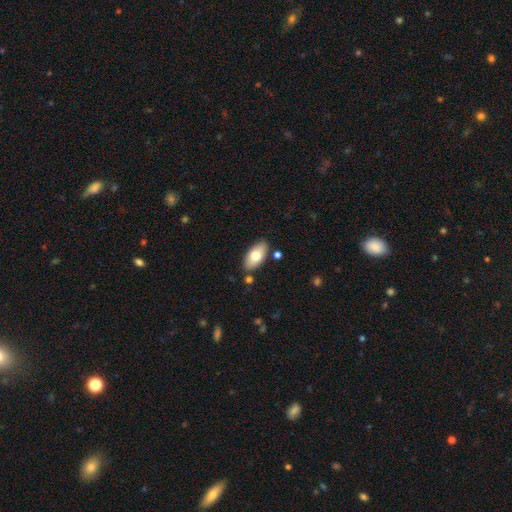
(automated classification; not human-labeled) Smooth or featured: smooth — 73% (featured or disk — 20%)
How rounded: in between — 93% (cigar-shaped — 4%)
Merging: none — 83% (minor disturbance — 10%)